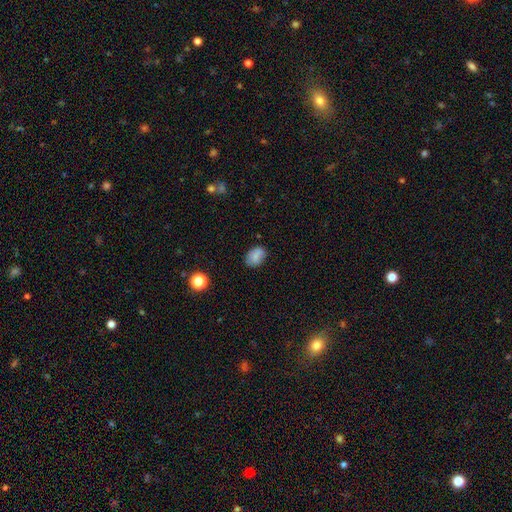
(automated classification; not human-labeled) Q: Smooth or featured?
A: smooth (79%); runner-up: featured or disk (11%)
Q: How rounded?
A: in between (75%); runner-up: round (23%)
Q: Merging?
A: none (73%); runner-up: minor disturbance (20%)